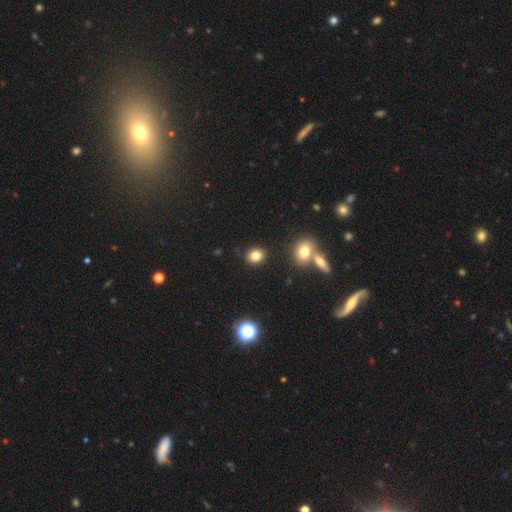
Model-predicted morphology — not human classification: smooth_or_featured: smooth (p=0.81) [alt: star or artifact p=0.12]
how_rounded: round (p=0.55) [alt: in between p=0.43]
merging: none (p=0.83) [alt: minor disturbance p=0.09]